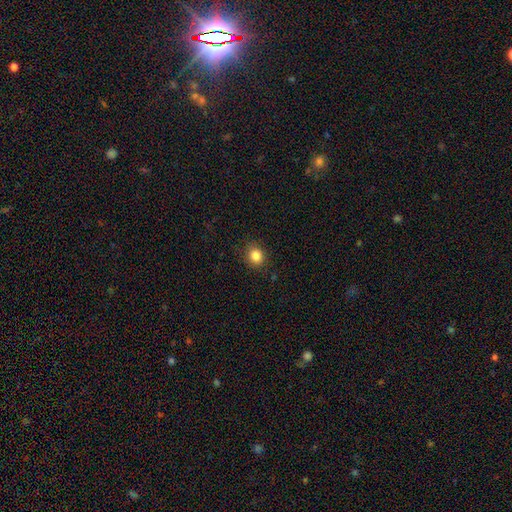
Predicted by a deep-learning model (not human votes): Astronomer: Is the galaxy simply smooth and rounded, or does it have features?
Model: smooth — 84%.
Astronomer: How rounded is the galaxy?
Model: round — 75%.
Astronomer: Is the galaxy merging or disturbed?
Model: none — 89%.